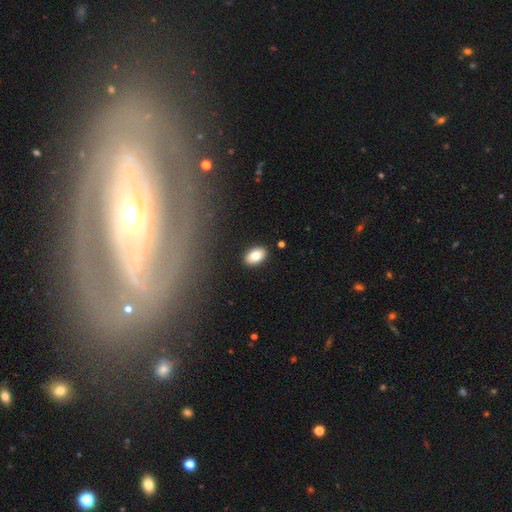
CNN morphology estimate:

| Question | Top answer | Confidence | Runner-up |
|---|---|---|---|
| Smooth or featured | smooth | 80% | featured or disk (12%) |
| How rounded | in between | 90% | round (8%) |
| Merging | none | 89% | minor disturbance (8%) |